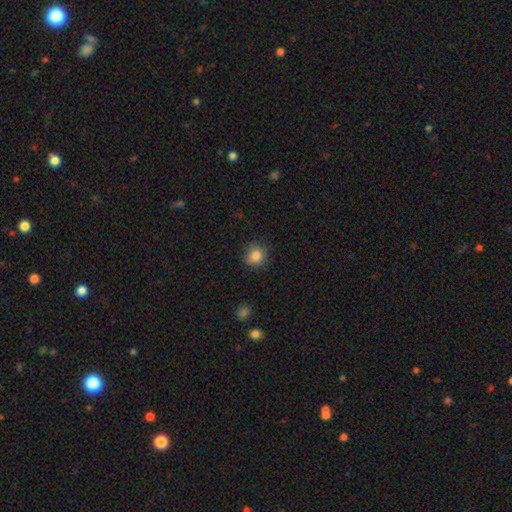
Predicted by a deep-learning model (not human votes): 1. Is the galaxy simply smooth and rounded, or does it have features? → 86% smooth, 10% star or artifact, 4% featured or disk.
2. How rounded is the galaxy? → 85% round, 14% in between, 1% cigar-shaped.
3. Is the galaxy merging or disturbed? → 82% none, 14% minor disturbance, 3% major disturbance, 1% merger.